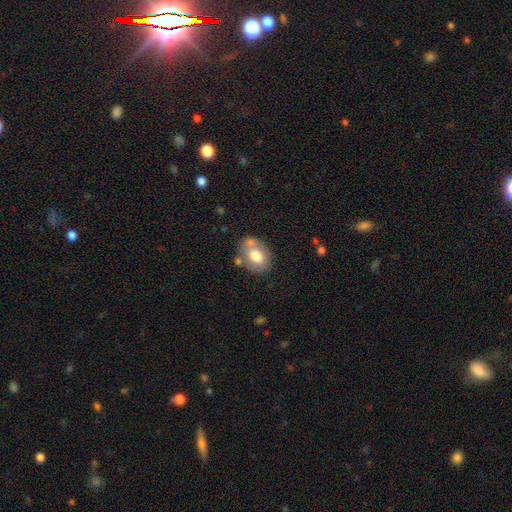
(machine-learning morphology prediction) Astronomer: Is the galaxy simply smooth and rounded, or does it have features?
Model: smooth — 68%.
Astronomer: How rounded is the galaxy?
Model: in between — 65%.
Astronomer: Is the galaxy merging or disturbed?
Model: none — 60%.